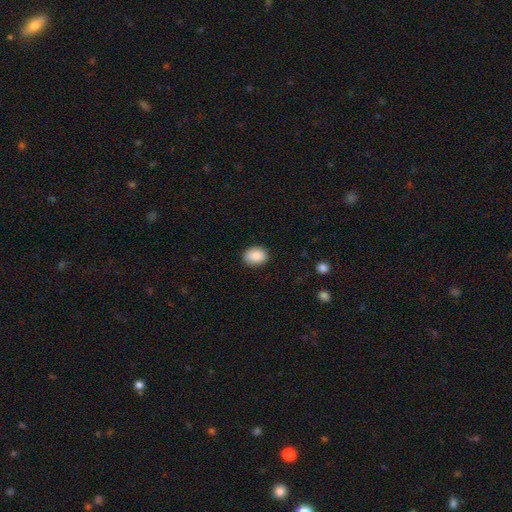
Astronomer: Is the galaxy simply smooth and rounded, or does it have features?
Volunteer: smooth — 92%.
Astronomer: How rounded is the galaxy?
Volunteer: in between — 73%.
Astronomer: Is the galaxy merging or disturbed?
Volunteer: none — 89%.